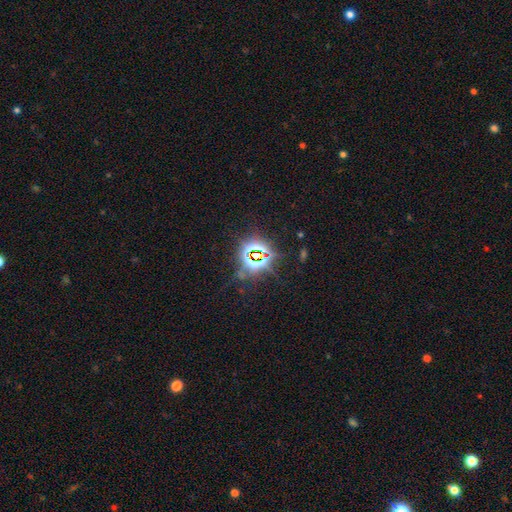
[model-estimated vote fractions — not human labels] star or artifact 81%, smooth 11%, featured or disk 8%.